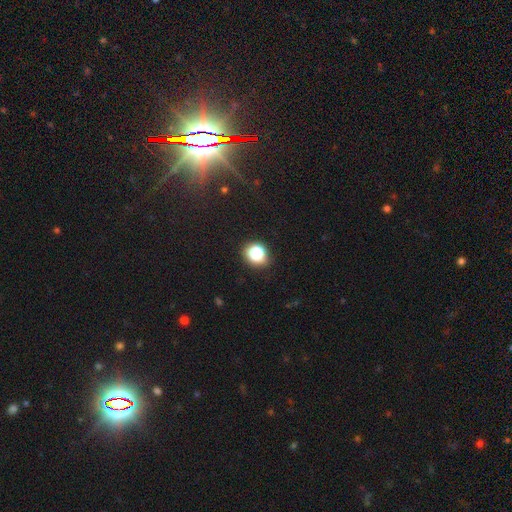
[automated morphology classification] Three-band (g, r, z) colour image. It shows a smooth galaxy with no disk features (78%) that is round (75%). Merging: none (75%).